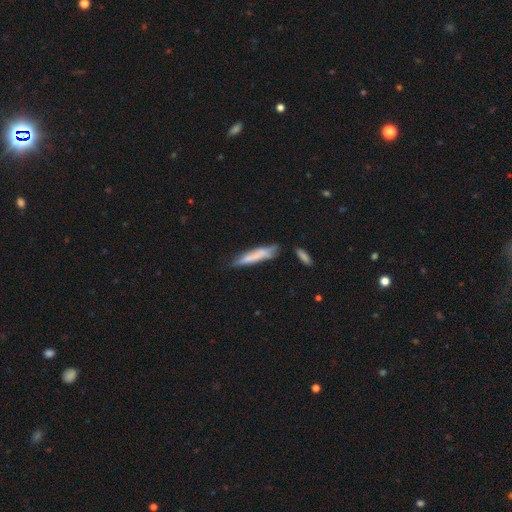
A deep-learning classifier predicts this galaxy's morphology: A smooth galaxy with no disk features (68%) that is cigar-shaped (88%). Merging: none (65%).